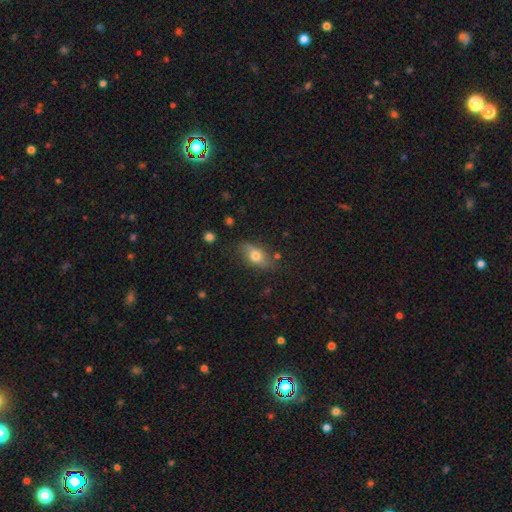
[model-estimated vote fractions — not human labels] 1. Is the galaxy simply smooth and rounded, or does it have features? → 61% smooth, 31% featured or disk, 9% star or artifact.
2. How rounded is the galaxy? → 81% in between, 10% cigar-shaped, 9% round.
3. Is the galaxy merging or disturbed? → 75% none, 18% minor disturbance, 5% major disturbance, 2% merger.